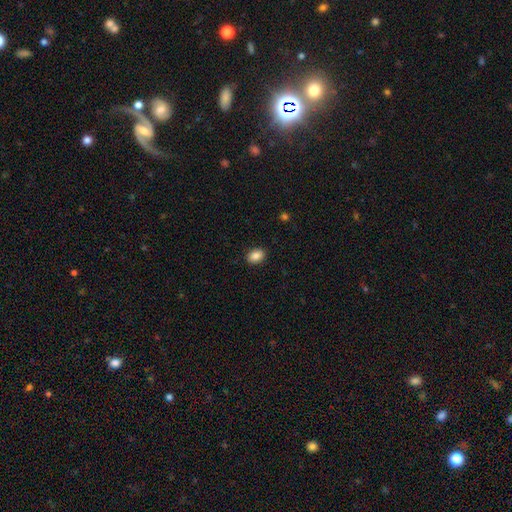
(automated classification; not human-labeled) Smooth or featured: smooth — 87% (star or artifact — 9%)
How rounded: in between — 72% (round — 27%)
Merging: none — 90% (minor disturbance — 7%)